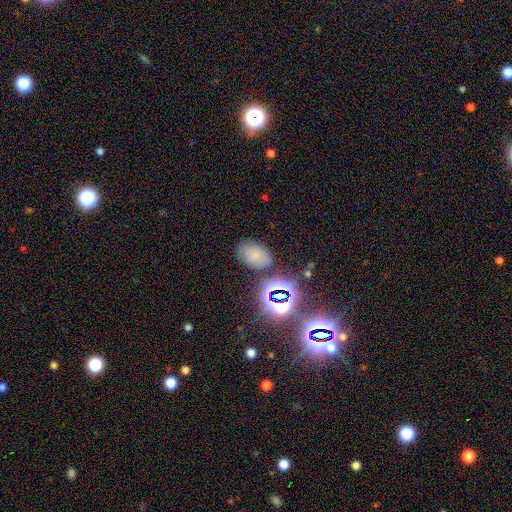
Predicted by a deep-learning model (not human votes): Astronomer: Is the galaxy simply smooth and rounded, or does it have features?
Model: smooth — 61%.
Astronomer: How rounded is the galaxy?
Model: in between — 86%.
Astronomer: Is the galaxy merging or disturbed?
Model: none — 74%.